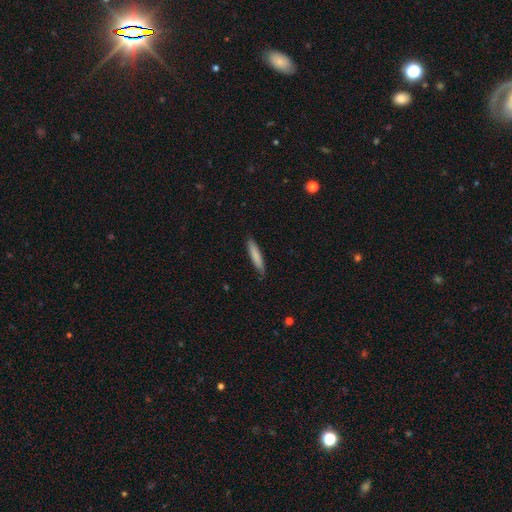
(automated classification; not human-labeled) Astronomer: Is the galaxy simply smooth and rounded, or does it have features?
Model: smooth — 81%.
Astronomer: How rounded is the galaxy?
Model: cigar-shaped — 89%.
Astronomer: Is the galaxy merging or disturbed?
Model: none — 84%.